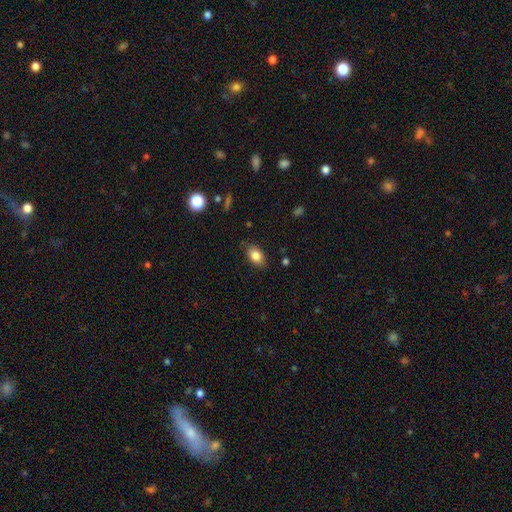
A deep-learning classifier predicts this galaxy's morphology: A smooth galaxy with no disk features (82%) that is in between round and cigar-shaped (88%). Merging: none (84%).